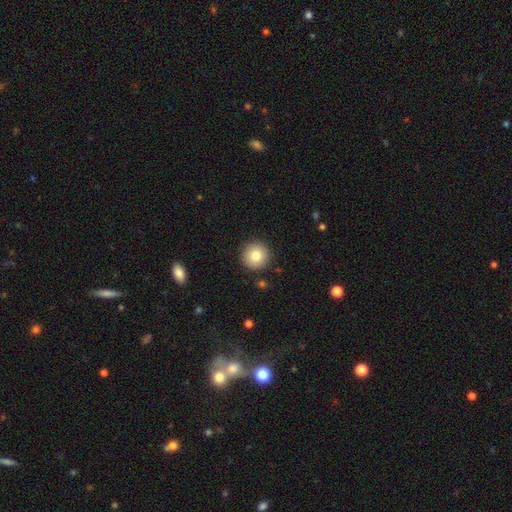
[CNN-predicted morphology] Smooth or featured?
  - smooth: 81% *
  - featured or disk: 10%
  - star or artifact: 9%
How rounded?
  - round: 96% *
  - in between: 3%
  - cigar-shaped: 1%
Merging?
  - none: 91% *
  - minor disturbance: 6%
  - major disturbance: 2%
  - merger: 1%